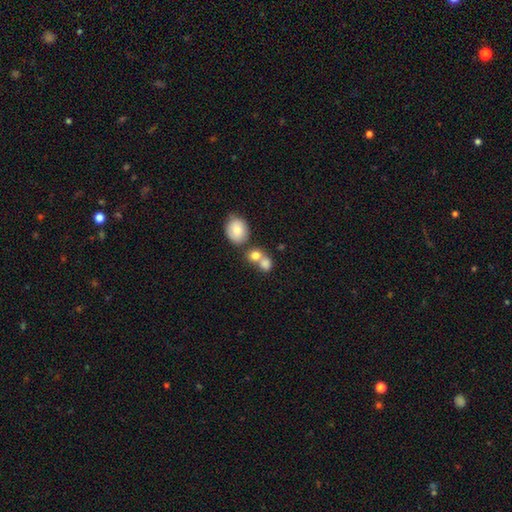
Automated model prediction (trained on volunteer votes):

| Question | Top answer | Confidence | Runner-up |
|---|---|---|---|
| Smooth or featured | smooth | 79% | featured or disk (11%) |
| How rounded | round | 66% | in between (33%) |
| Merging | merger | 52% | none (37%) |